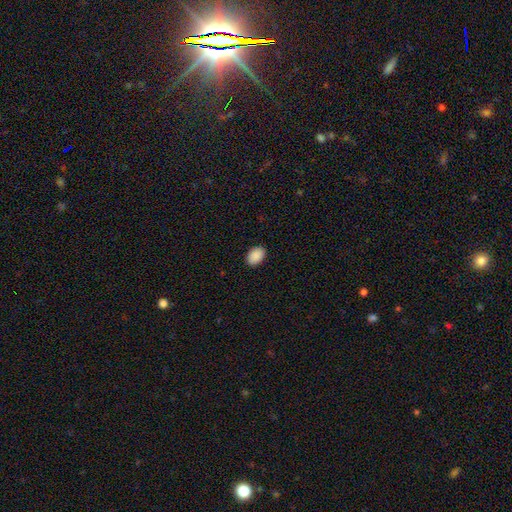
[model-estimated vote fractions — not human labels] This appears to be a smooth galaxy with no disk features (91%) that is in between round and cigar-shaped (84%). Merging: none (90%).